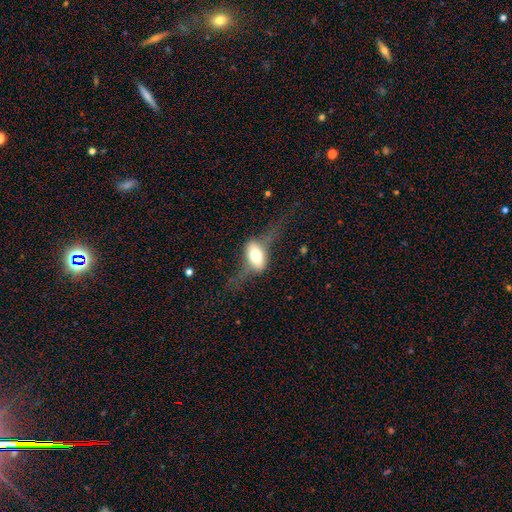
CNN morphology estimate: smooth 48%, featured or disk 45%, star or artifact 7%. Down the decision tree: merging — none (44%).